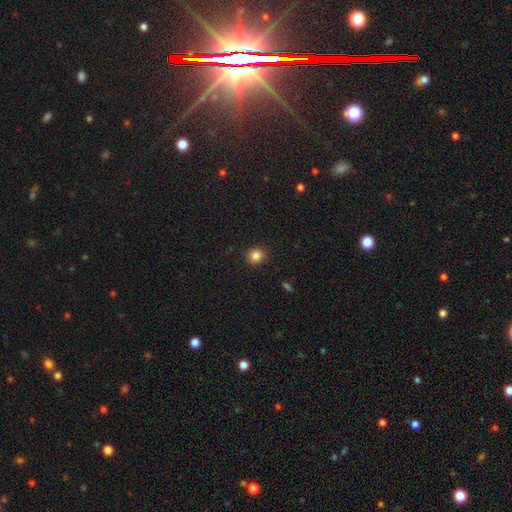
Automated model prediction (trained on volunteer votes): smooth 84%, star or artifact 11%, featured or disk 5%. Down the decision tree: how rounded — round (89%); merging — none (91%).